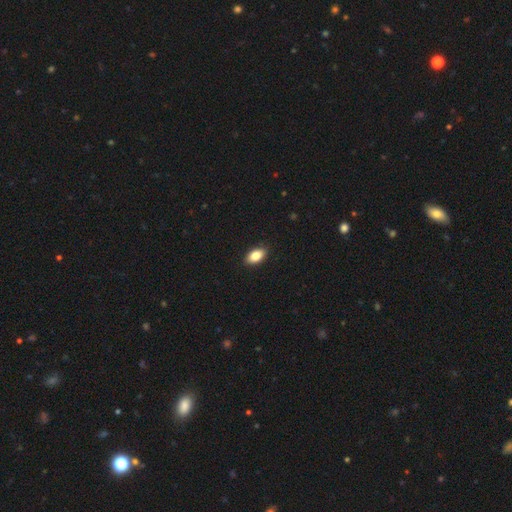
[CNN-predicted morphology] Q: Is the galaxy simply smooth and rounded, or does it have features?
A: smooth — 84%.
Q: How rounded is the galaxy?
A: in between — 92%.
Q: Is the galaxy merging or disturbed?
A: none — 89%.